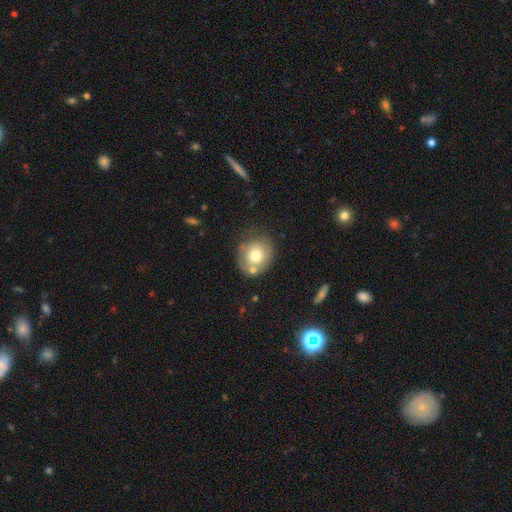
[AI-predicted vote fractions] smooth_or_featured: smooth (p=0.68) [alt: featured or disk p=0.23]
how_rounded: round (p=0.78) [alt: in between p=0.21]
merging: none (p=0.60) [alt: minor disturbance p=0.18]